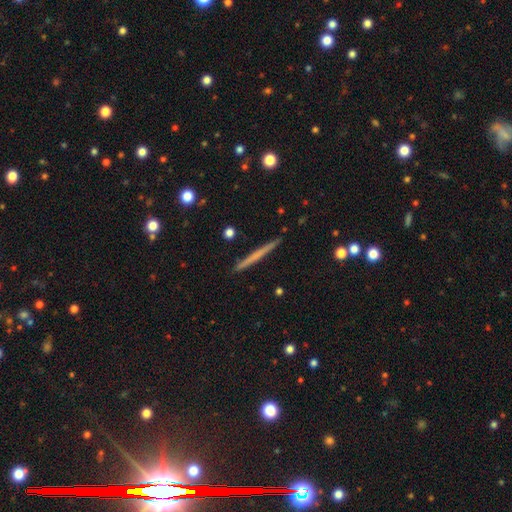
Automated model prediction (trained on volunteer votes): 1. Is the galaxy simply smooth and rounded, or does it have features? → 51% smooth, 43% featured or disk, 6% star or artifact.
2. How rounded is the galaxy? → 96% cigar-shaped, 2% round, 2% in between.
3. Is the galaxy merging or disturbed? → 91% none, 6% minor disturbance, 1% merger, 1% major disturbance.